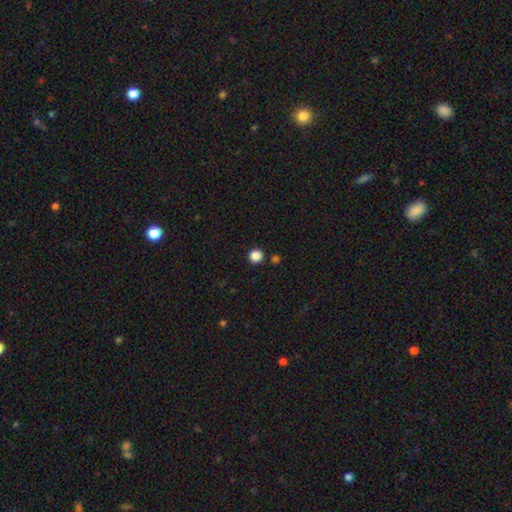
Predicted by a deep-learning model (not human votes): smooth_or_featured: smooth (p=0.86) [alt: star or artifact p=0.11]
how_rounded: round (p=0.95) [alt: in between p=0.04]
merging: none (p=0.90) [alt: minor disturbance p=0.05]